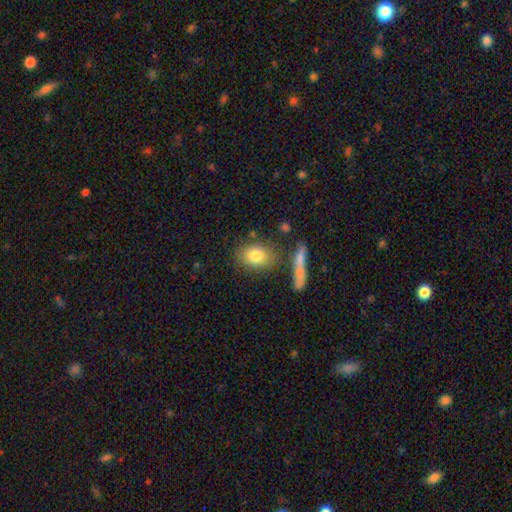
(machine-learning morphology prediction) The model was most divided on "how rounded": in between: 59%, round: 37%, cigar-shaped: 4%. More confident: smooth or featured — smooth (80%); merging — none (74%).